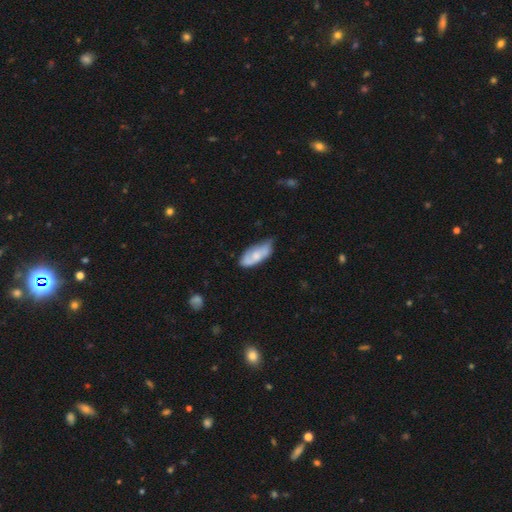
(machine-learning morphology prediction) smooth 60%, featured or disk 34%, star or artifact 6%. Down the decision tree: how rounded — in between (84%); merging — none (47%).